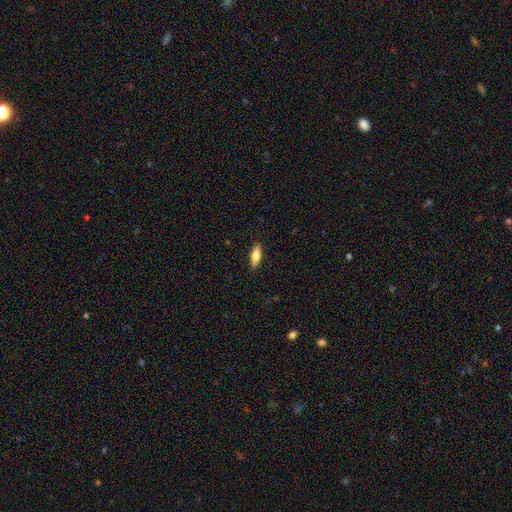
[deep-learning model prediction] Overall: smooth (70%). How rounded: in between (66%; cigar-shaped 31%). Merging: none (89%).